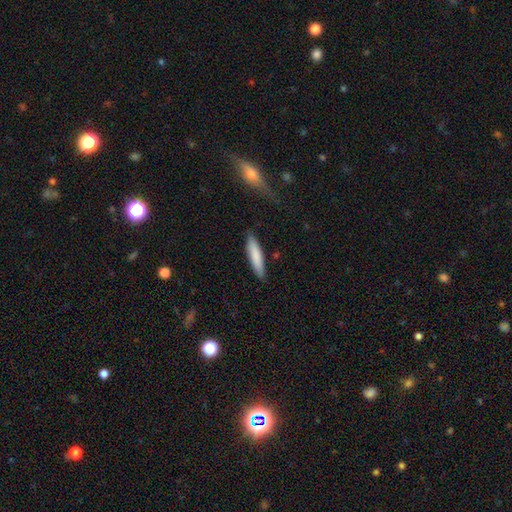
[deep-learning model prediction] smooth_or_featured: smooth (p=0.82) [alt: featured or disk p=0.13]
how_rounded: cigar-shaped (p=0.81) [alt: in between p=0.18]
merging: none (p=0.85) [alt: minor disturbance p=0.12]